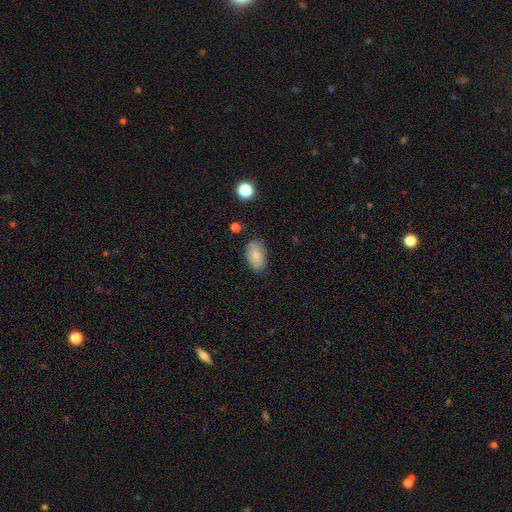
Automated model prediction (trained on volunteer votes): Smooth or featured?
  - smooth: 82% *
  - featured or disk: 11%
  - star or artifact: 8%
How rounded?
  - in between: 93% *
  - round: 6%
  - cigar-shaped: 2%
Merging?
  - none: 77% *
  - minor disturbance: 17%
  - major disturbance: 4%
  - merger: 2%